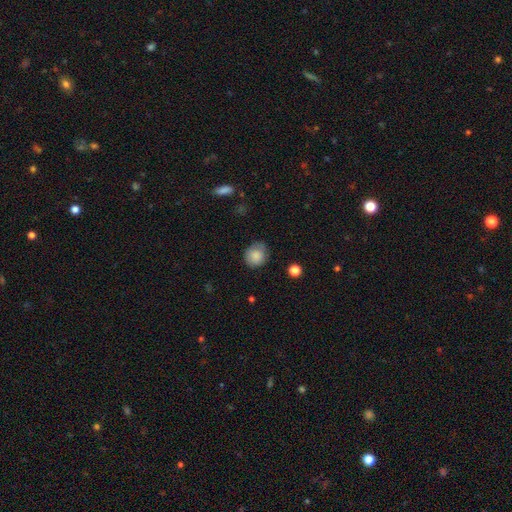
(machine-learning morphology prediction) This appears to be a smooth galaxy with no disk features (85%) that is round (79%). Merging: none (69%).